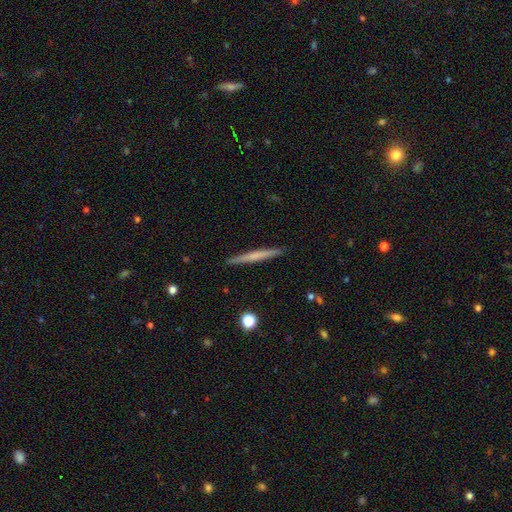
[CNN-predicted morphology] Smooth or featured? smooth (50%)
Merging? none (92%)